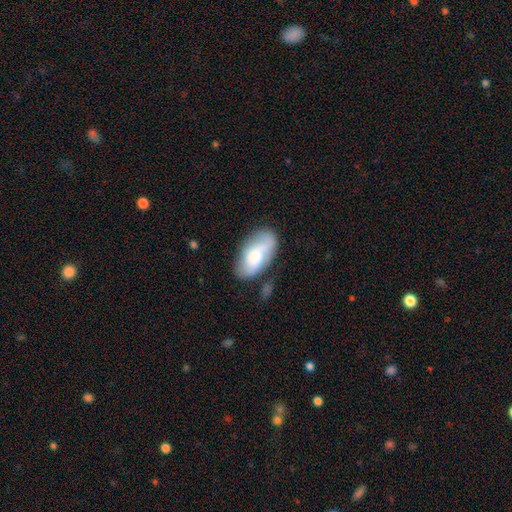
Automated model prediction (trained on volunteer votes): Overall: smooth (65%; featured or disk 29%). How rounded: in between (94%). Merging: none (58%; minor disturbance 25%).